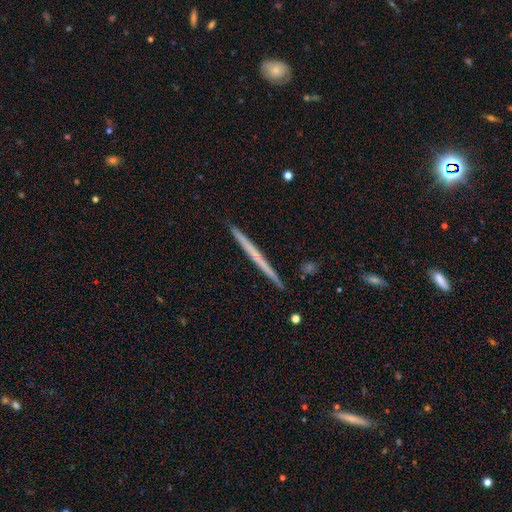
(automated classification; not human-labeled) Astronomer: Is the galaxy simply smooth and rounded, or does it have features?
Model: featured or disk — 53% (runner-up: smooth, 41%).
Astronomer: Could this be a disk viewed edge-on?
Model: yes — 98%.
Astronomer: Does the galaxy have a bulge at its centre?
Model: none — 92%.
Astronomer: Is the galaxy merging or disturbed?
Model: none — 92%.